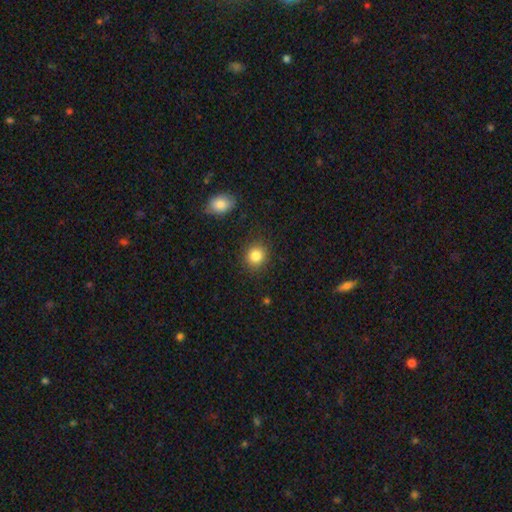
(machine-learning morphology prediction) smooth 85%, star or artifact 10%, featured or disk 5%. Down the decision tree: how rounded — round (81%); merging — none (87%).